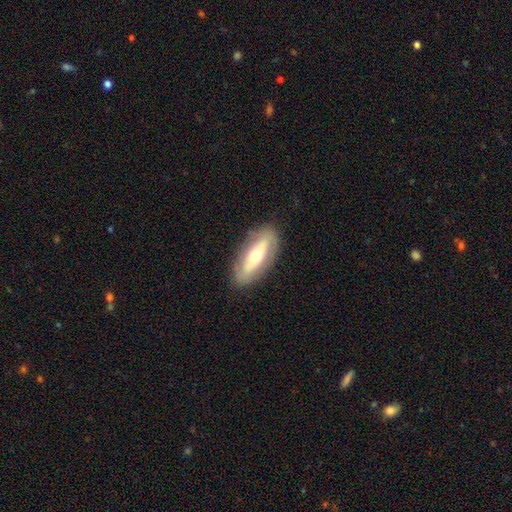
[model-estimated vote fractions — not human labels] smooth_or_featured: featured or disk (p=0.53) [alt: smooth p=0.41]
disk_edge_on: no (p=0.70) [alt: yes p=0.30]
merging: none (p=0.84) [alt: minor disturbance p=0.11]